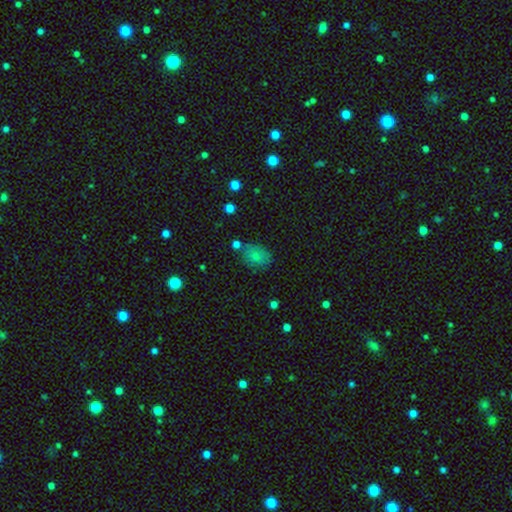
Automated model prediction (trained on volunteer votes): Smooth or featured?
  - smooth: 78% *
  - star or artifact: 12%
  - featured or disk: 10%
How rounded?
  - in between: 68% *
  - round: 30%
  - cigar-shaped: 1%
Merging?
  - none: 65% *
  - minor disturbance: 20%
  - merger: 8%
  - major disturbance: 6%